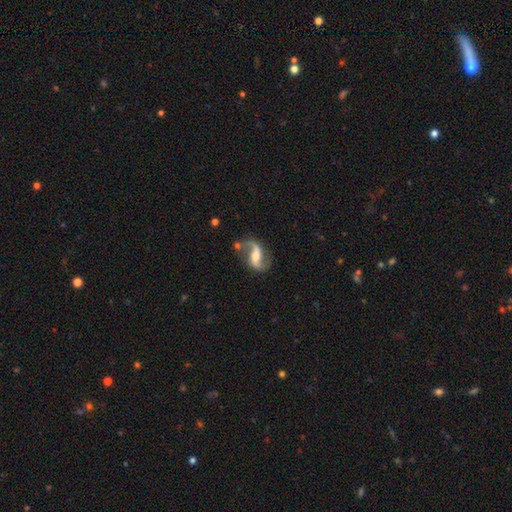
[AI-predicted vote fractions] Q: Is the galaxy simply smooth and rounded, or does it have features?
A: featured or disk — 87%.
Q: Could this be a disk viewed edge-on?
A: no — 97%.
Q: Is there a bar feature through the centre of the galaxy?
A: weak — 39%.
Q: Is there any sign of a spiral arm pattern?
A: yes — 96%.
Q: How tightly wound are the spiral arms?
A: loose — 75%.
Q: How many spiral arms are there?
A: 2 — 90%.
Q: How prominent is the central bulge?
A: moderate — 50%.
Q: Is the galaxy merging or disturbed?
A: none — 69%.